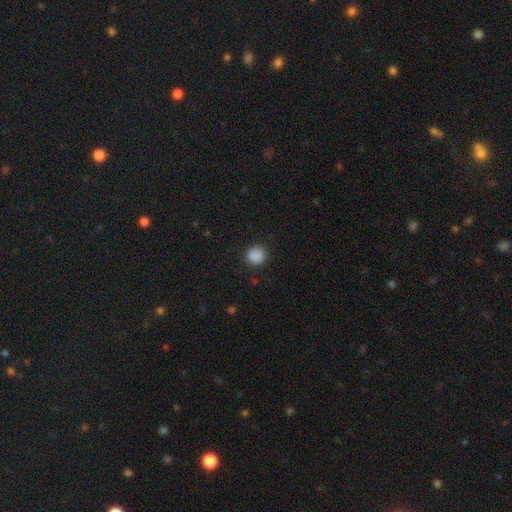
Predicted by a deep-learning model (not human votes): A smooth galaxy with no disk features (88%) that is round (91%).

Vote fractions:
- Smooth or featured? smooth: 88% / star or artifact: 9% / featured or disk: 2%
- How rounded? round: 91% / in between: 8% / cigar-shaped: 1%
- Merging? none: 90% / minor disturbance: 7% / major disturbance: 3% / merger: 1%